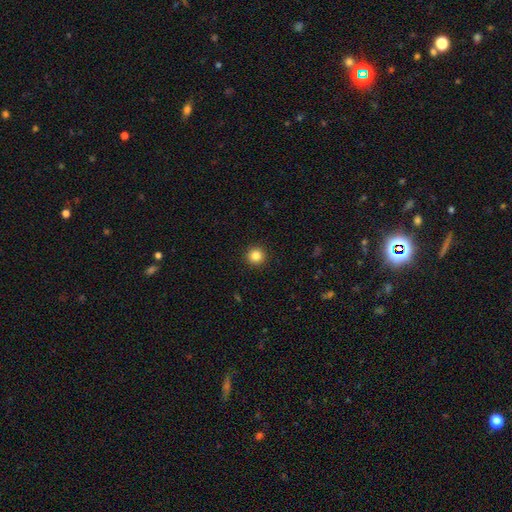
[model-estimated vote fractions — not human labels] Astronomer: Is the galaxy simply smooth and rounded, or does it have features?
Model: smooth — 85%.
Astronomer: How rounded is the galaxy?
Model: round — 96%.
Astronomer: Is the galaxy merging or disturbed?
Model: none — 93%.